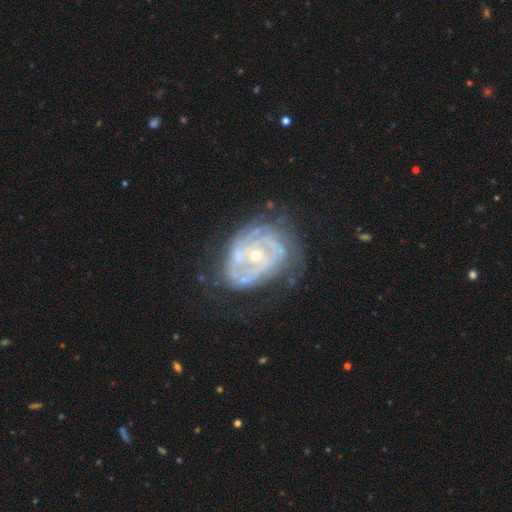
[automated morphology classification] A featured or disk galaxy (85%) with no bar (73%), tight (65%) spiral arms (88%) and a small central bulge (68%).

Vote fractions:
- Smooth or featured? featured or disk: 85% / smooth: 9% / star or artifact: 6%
- Edge-on disk? no: 97% / yes: 3%
- Bar? no: 73% / weak: 20% / strong: 6%
- Spiral arms? yes: 88% / no: 12%
- Spiral winding? tight: 65% / medium: 27% / loose: 8%
- Spiral arm count? can't tell: 39% / 2: 24% / 3: 17% / 4: 9% / more than 4: 5% / 1: 5%
- Bulge size? small: 68% / moderate: 29% / large: 1% / none: 1% / dominant: 1%
- Merging? none: 55% / minor disturbance: 25% / major disturbance: 17% / merger: 3%